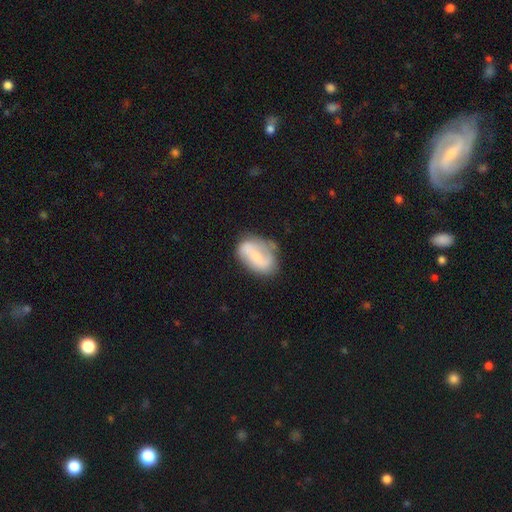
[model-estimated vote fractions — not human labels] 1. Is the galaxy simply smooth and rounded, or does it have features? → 56% featured or disk, 37% smooth, 7% star or artifact.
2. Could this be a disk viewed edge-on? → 96% no, 4% yes.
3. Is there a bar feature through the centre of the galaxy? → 39% no, 38% weak, 23% strong.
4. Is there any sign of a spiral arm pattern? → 74% yes, 26% no.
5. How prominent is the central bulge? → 54% small, 31% moderate, 11% none, 3% large, 1% dominant.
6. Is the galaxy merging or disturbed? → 58% none, 27% minor disturbance, 11% major disturbance, 4% merger.